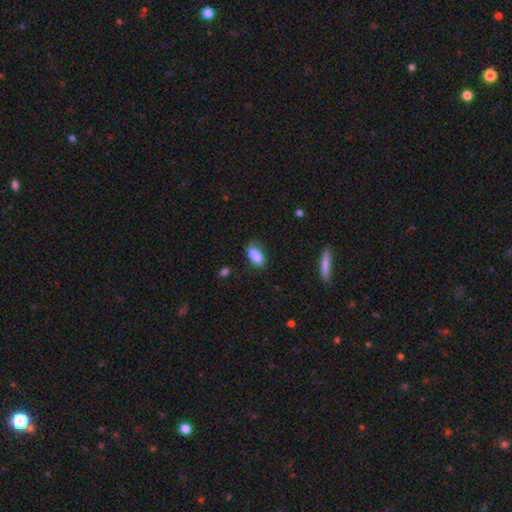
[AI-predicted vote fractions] This is clearly a smooth galaxy (83%). How rounded: clearly in between (89%). Merging: possibly none (59%).